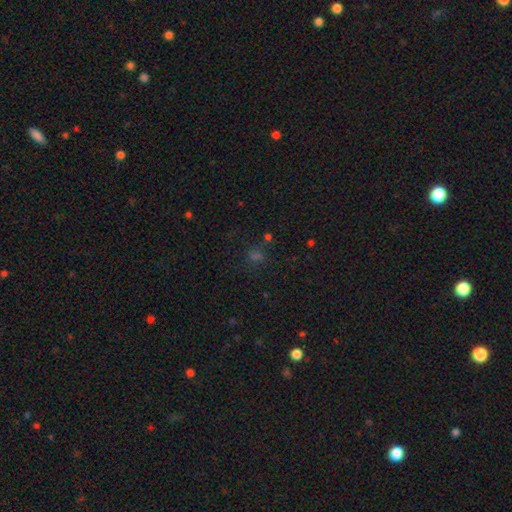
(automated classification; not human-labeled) Morphology: type=star or artifact (47%).